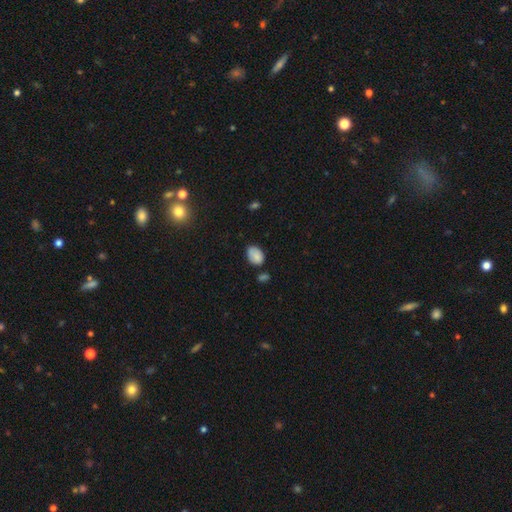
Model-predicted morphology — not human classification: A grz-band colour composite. It shows a smooth galaxy with no disk features (83%) that is in between round and cigar-shaped (84%). Merging: none (63%).